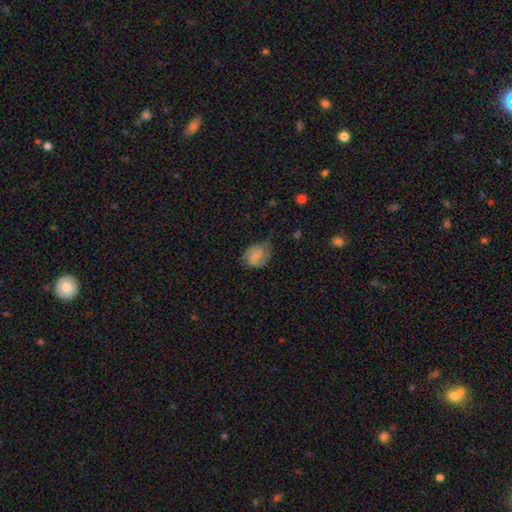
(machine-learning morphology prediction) type=smooth (47%); merging=none (51%).